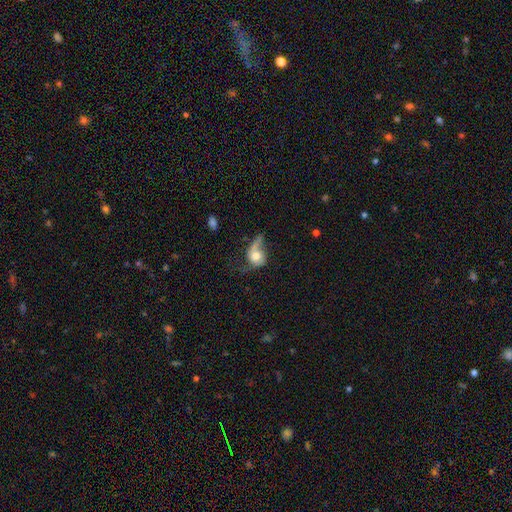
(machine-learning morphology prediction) Smooth or featured: smooth — 47% (featured or disk — 45%)
Merging: major disturbance — 43% (minor disturbance — 25%)